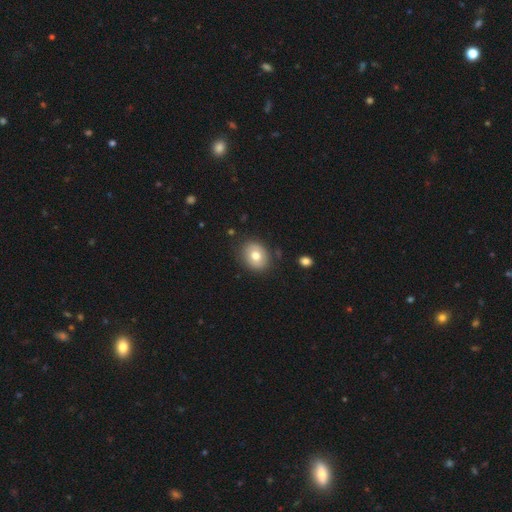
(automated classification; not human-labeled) Smooth or featured? smooth (75%)
How rounded? round (55%)
Merging? none (84%)